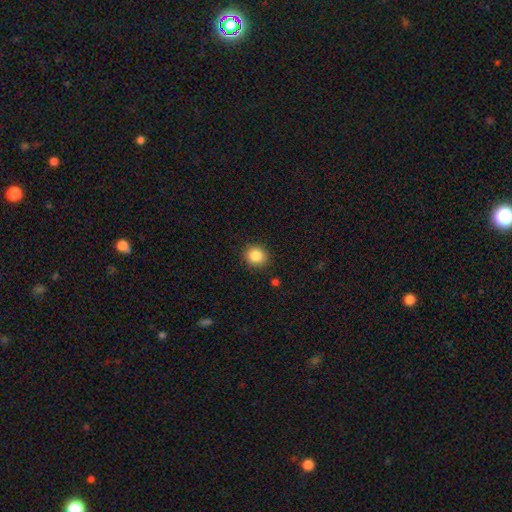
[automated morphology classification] type=smooth (86%); roundness=round (83%); merging=none (89%).